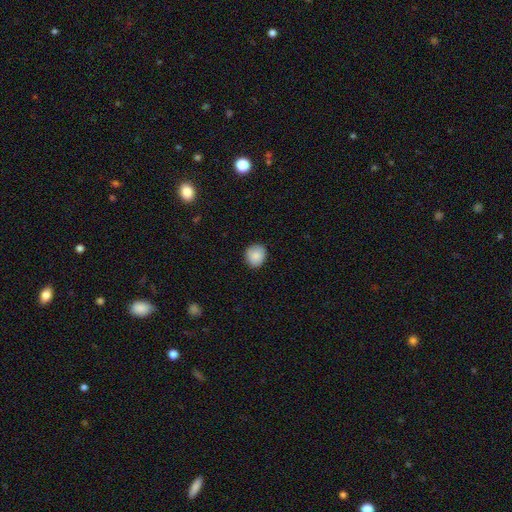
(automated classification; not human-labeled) smooth 87%, star or artifact 7%, featured or disk 5%. Down the decision tree: how rounded — round (80%); merging — none (85%).